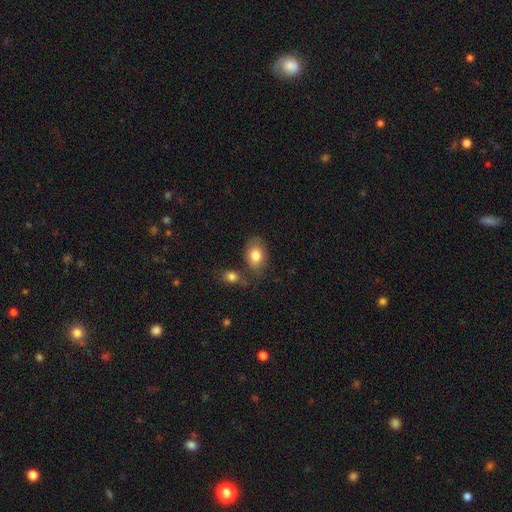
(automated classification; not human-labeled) A smooth galaxy with no disk features (81%) that is in between round and cigar-shaped (77%).

Vote fractions:
- Smooth or featured? smooth: 81% / featured or disk: 11% / star or artifact: 8%
- How rounded? in between: 77% / round: 22% / cigar-shaped: 1%
- Merging? none: 65% / minor disturbance: 17% / merger: 13% / major disturbance: 5%